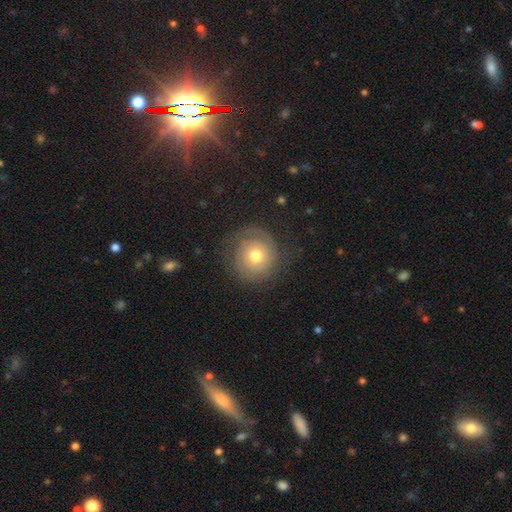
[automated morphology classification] smooth_or_featured: featured or disk (p=0.59) [alt: smooth p=0.33]
disk_edge_on: no (p=0.97) [alt: yes p=0.03]
bar: no (p=0.83) [alt: weak p=0.14]
has_spiral_arms: yes (p=0.81) [alt: no p=0.19]
bulge_size: moderate (p=0.74) [alt: small p=0.14]
merging: none (p=0.75) [alt: minor disturbance p=0.15]